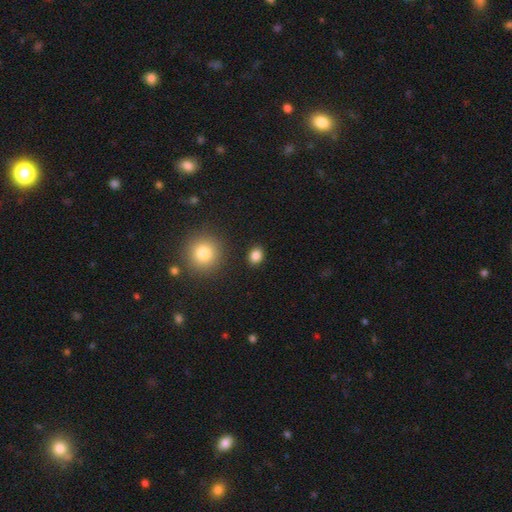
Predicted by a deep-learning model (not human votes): Q: Smooth or featured?
A: smooth (84%); runner-up: star or artifact (11%)
Q: How rounded?
A: round (51%); runner-up: in between (48%)
Q: Merging?
A: none (88%); runner-up: minor disturbance (7%)